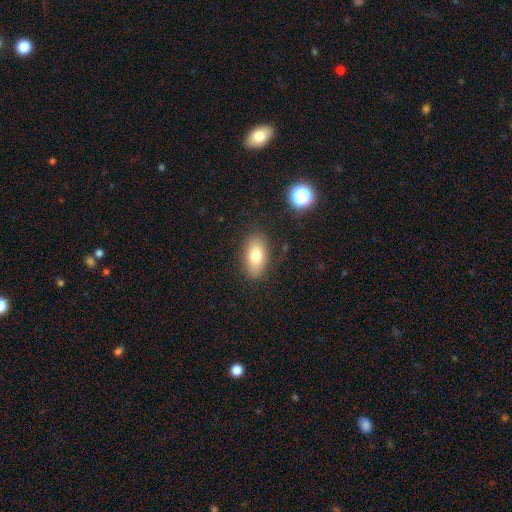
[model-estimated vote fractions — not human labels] Smooth or featured?
  - smooth: 76% *
  - featured or disk: 15%
  - star or artifact: 9%
How rounded?
  - in between: 90% *
  - round: 7%
  - cigar-shaped: 3%
Merging?
  - none: 85% *
  - minor disturbance: 11%
  - major disturbance: 3%
  - merger: 2%